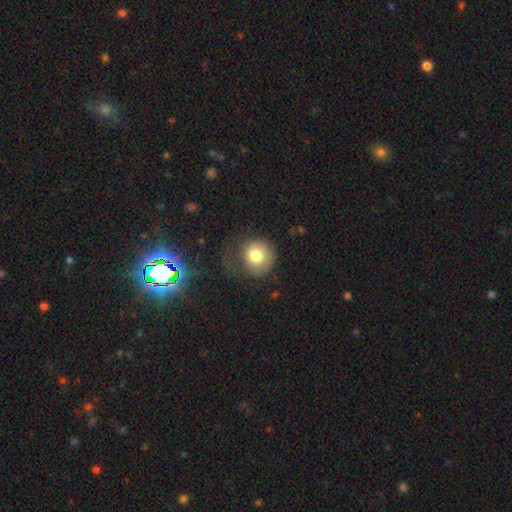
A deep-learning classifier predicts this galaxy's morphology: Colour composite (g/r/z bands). It shows a smooth galaxy with no disk features (77%) that is round (87%). Merging: none (49%).